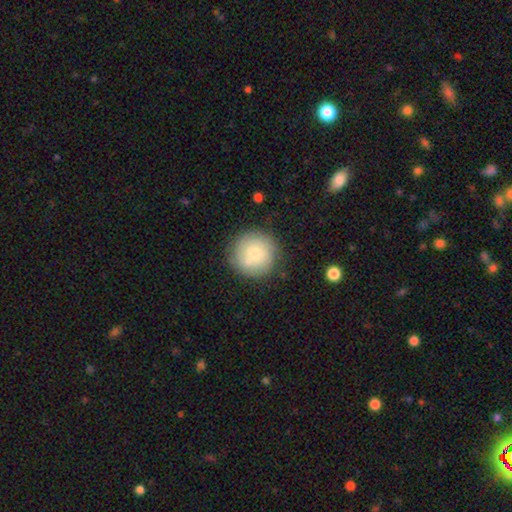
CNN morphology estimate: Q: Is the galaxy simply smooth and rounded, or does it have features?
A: smooth — 65%.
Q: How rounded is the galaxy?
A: round — 95%.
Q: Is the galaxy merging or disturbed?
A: none — 85%.